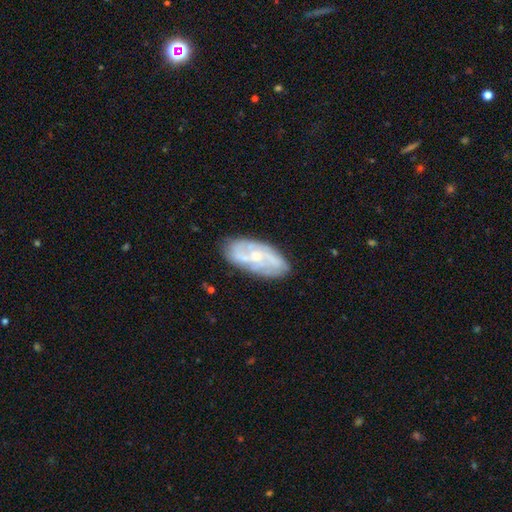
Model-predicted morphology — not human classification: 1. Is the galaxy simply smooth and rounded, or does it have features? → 71% featured or disk, 23% smooth, 7% star or artifact.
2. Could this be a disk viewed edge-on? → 93% no, 7% yes.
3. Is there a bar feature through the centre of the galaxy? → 62% no, 32% weak, 6% strong.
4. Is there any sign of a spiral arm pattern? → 83% yes, 17% no.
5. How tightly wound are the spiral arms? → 40% medium, 39% tight, 20% loose.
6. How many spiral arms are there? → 36% can't tell, 34% 2, 15% 3, 7% 4, 4% 1, 3% more than 4.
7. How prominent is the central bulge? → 56% small, 35% moderate, 6% none, 2% large, 1% dominant.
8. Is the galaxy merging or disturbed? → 77% none, 16% minor disturbance, 5% major disturbance, 2% merger.